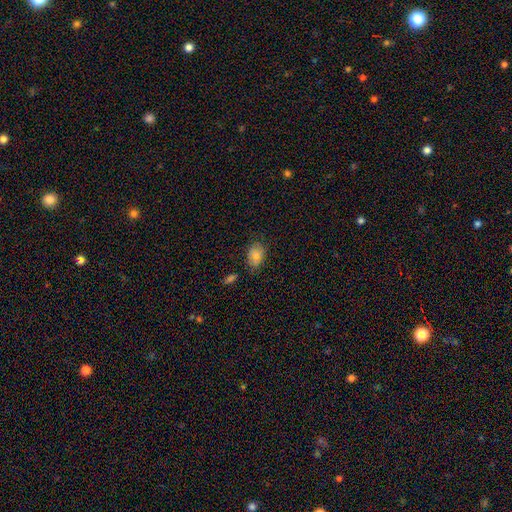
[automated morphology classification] smooth-or-featured: smooth: 75% | star or artifact: 13% | featured or disk: 12%
  how-rounded: in between: 80% | round: 19% | cigar-shaped: 2%
  merging: none: 72% | minor disturbance: 19% | merger: 6% | major disturbance: 4%